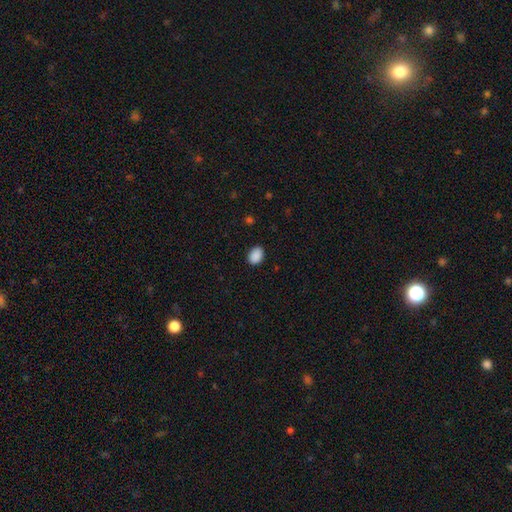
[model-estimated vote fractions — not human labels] smooth 90%, star or artifact 8%, featured or disk 3%. Down the decision tree: how rounded — in between (74%); merging — none (87%).